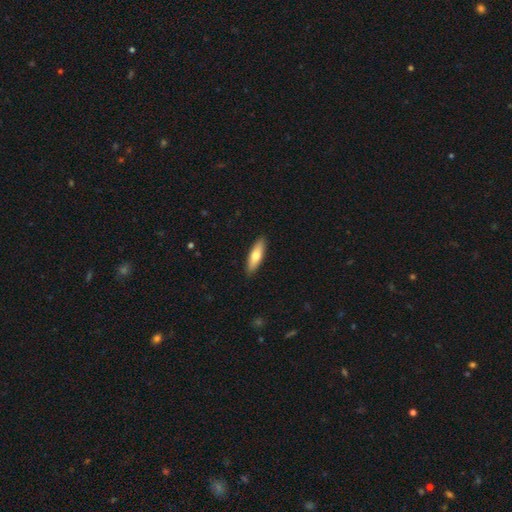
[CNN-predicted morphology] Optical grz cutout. It shows a smooth galaxy with no disk features (67%) that is cigar-shaped (55%). Merging: none (90%).